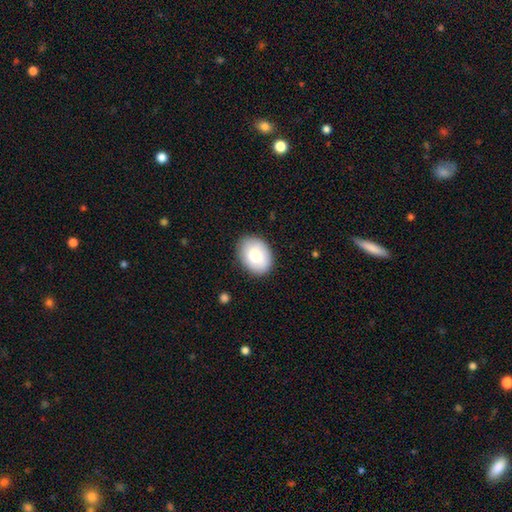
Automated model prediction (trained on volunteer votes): smooth-or-featured: smooth: 82% | featured or disk: 12% | star or artifact: 7%
  how-rounded: in between: 72% | round: 27% | cigar-shaped: 1%
  merging: none: 87% | minor disturbance: 10% | major disturbance: 2% | merger: 1%